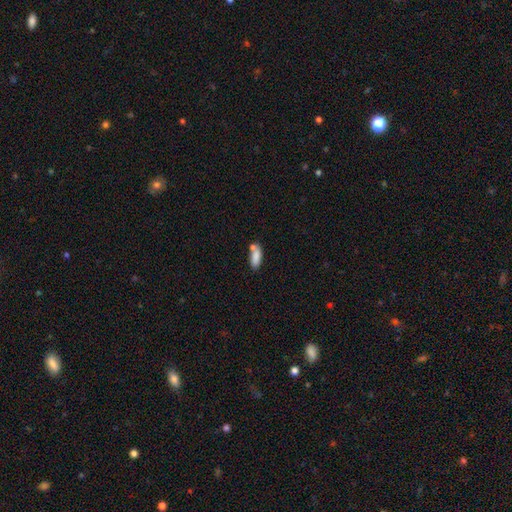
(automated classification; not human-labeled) Smooth or featured? smooth (83%)
How rounded? in between (72%)
Merging? none (54%)